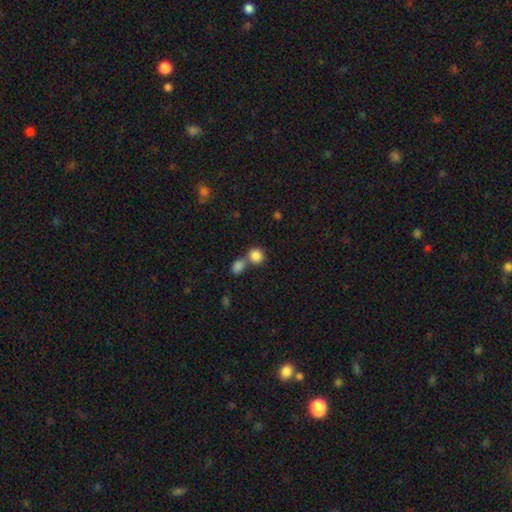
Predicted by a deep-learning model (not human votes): This is clearly a smooth galaxy (86%). How rounded: likely round (80%). Merging: possibly none (48%).